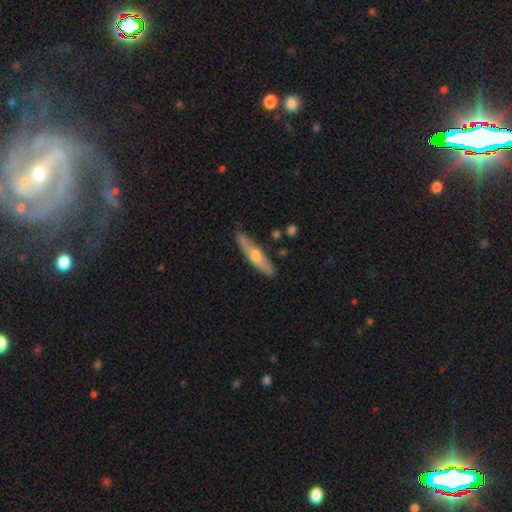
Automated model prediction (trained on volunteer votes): The model was most divided on "smooth or featured": featured or disk: 53%, smooth: 42%, star or artifact: 6%. More confident: edge-on disk — yes (81%); merging — none (80%).